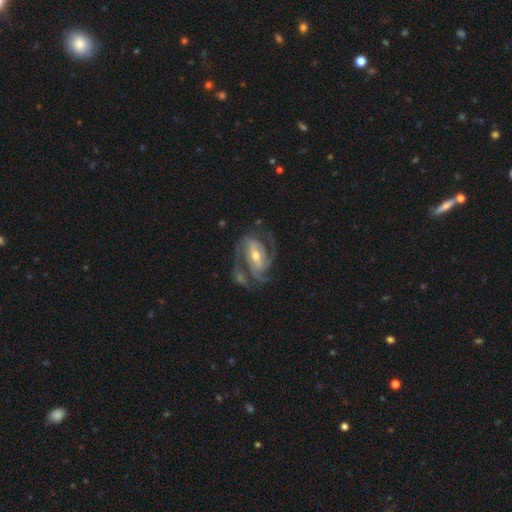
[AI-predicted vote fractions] featured or disk 90%, smooth 6%, star or artifact 5%. Down the decision tree: edge-on disk — no (97%); bar — strong (42%); spiral arms — yes (97%); spiral arm count — 2 (43%); spiral winding — medium (45%, tied with tight); bulge size — moderate (56%); merging — none (61%).